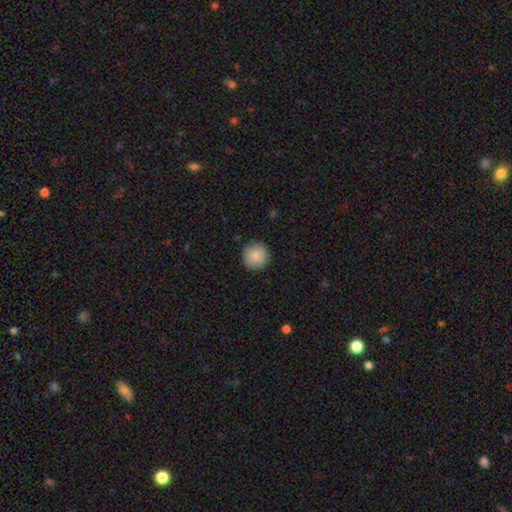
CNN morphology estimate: Smooth or featured? smooth (87%)
How rounded? round (95%)
Merging? none (89%)